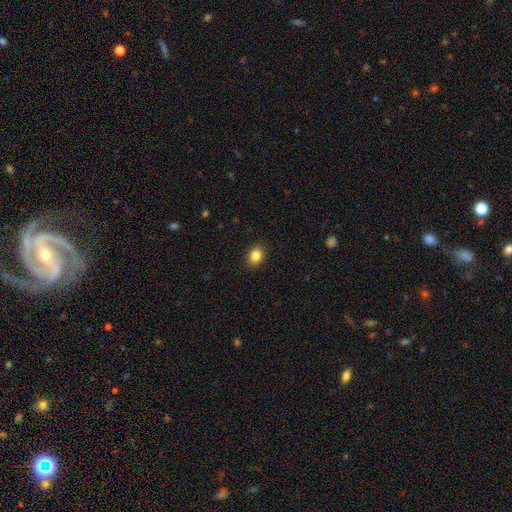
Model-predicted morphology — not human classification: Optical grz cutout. It shows a smooth galaxy with no disk features (85%) that is in between round and cigar-shaped (66%). Merging: none (89%).